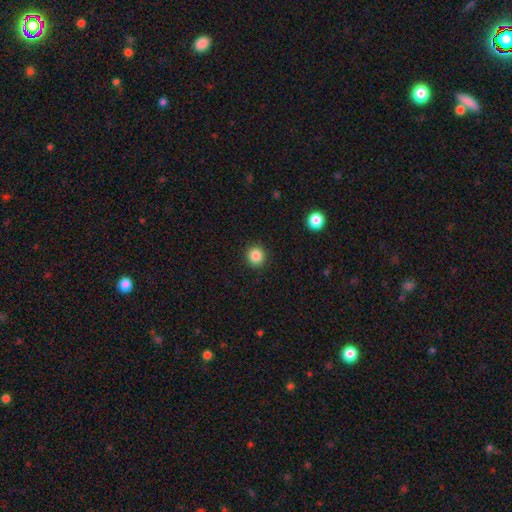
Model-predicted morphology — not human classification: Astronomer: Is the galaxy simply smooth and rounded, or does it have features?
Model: smooth — 86%.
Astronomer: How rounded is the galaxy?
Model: round — 92%.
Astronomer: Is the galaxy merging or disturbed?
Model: none — 92%.